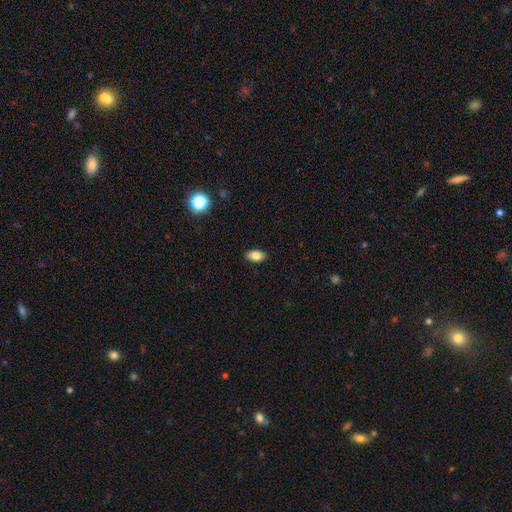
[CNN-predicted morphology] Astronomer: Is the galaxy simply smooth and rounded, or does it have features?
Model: smooth — 84%.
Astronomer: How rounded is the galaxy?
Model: in between — 91%.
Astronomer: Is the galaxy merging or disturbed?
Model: none — 88%.